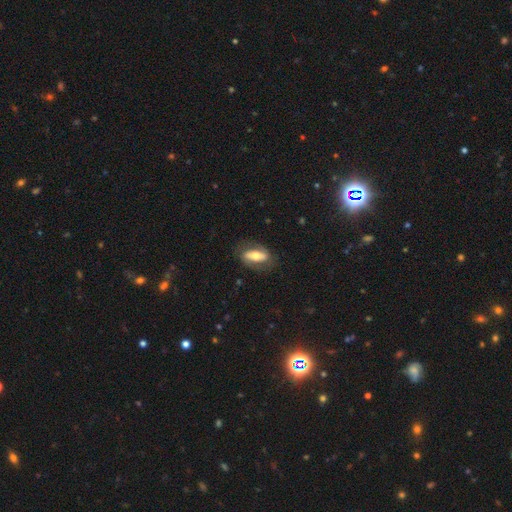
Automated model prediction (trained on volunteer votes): The model was most divided on "smooth or featured": featured or disk: 50%, smooth: 44%, star or artifact: 6%. More confident: merging — none (74%).